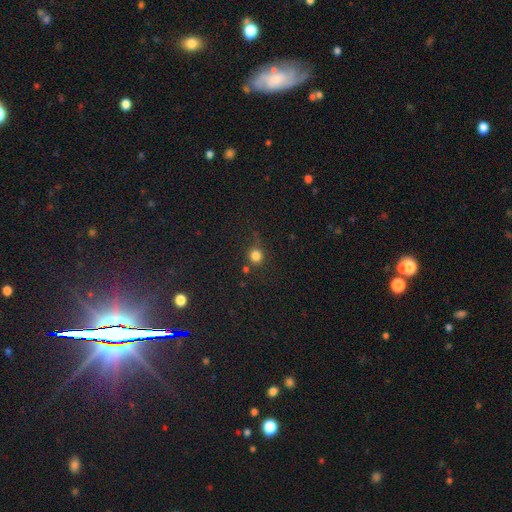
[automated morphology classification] type=smooth (80%); roundness=round (89%); merging=none (72%).